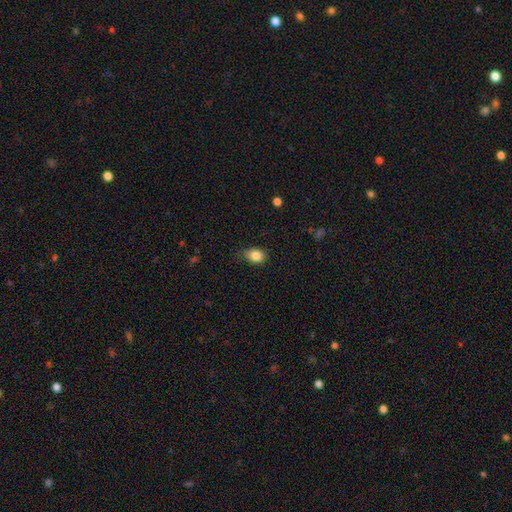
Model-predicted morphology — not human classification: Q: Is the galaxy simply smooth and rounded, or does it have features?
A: smooth — 85%.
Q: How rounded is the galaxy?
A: in between — 62%.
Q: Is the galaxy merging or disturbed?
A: none — 72%.